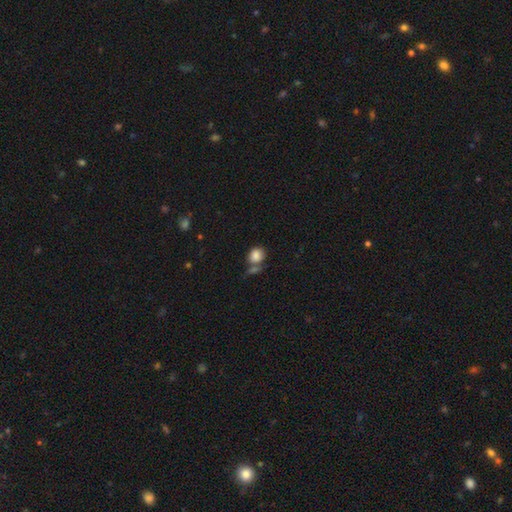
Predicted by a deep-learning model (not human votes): Smooth or featured: smooth — 85% (star or artifact — 9%)
How rounded: round — 64% (in between — 34%)
Merging: none — 49% (merger — 29%)